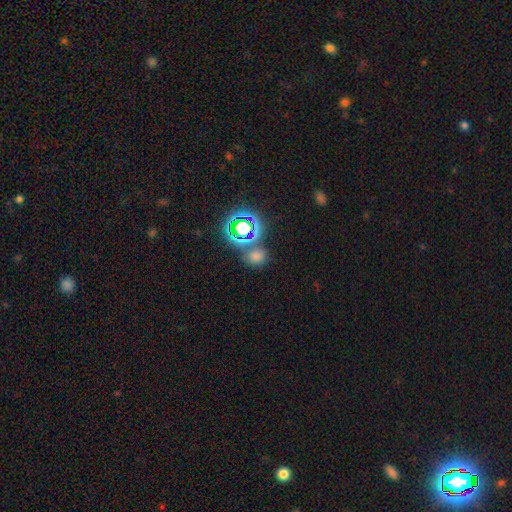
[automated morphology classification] Smooth or featured? smooth (59%)
How rounded? round (69%)
Merging? none (70%)